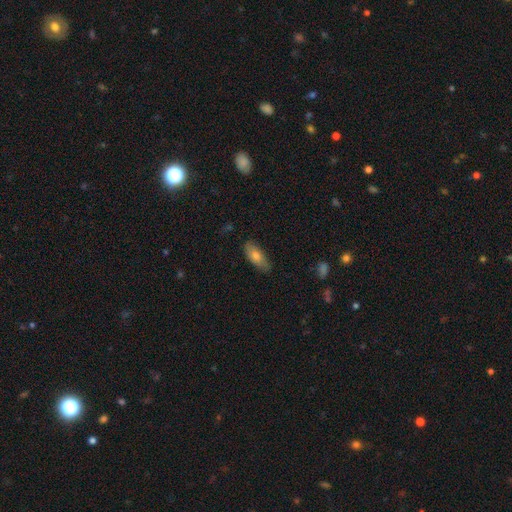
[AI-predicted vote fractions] Smooth or featured: smooth — 72% (featured or disk — 21%)
How rounded: in between — 77% (cigar-shaped — 20%)
Merging: none — 82% (minor disturbance — 15%)